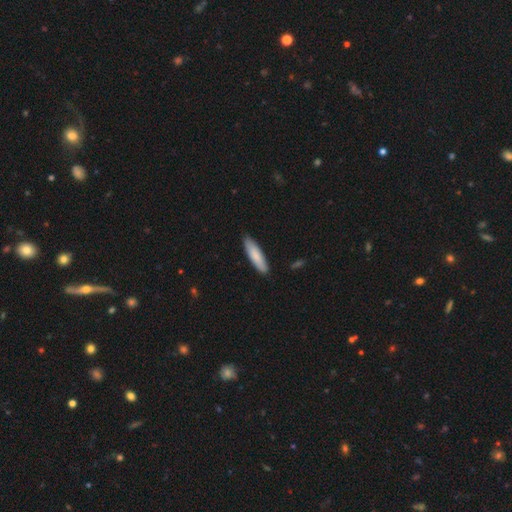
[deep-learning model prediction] smooth 83%, featured or disk 12%, star or artifact 5%. Down the decision tree: how rounded — cigar-shaped (68%); merging — none (88%).